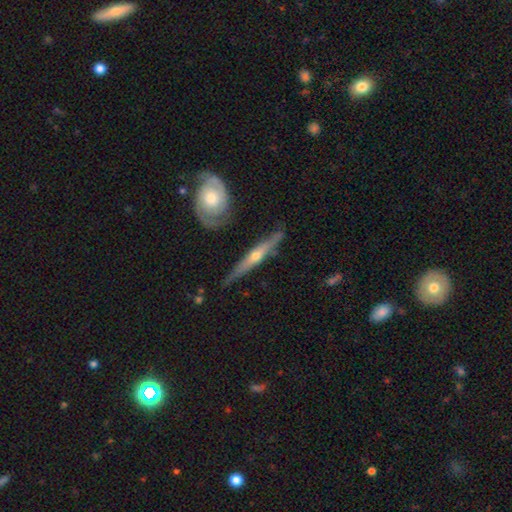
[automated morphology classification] A featured or disk galaxy (74%) viewed edge-on (93%) with a rounded central bulge (85%). Merging: none (80%).